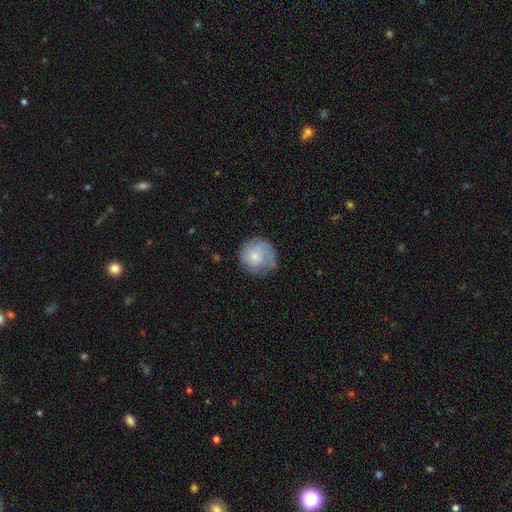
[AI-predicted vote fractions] Smooth or featured: smooth — 65% (featured or disk — 27%)
How rounded: round — 91% (in between — 8%)
Merging: none — 62% (minor disturbance — 26%)